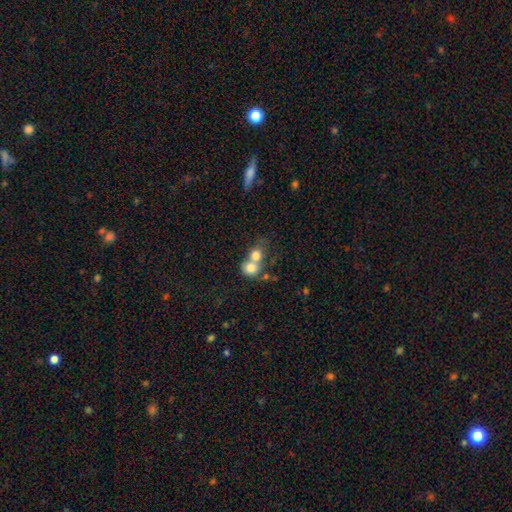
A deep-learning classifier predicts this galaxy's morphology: smooth_or_featured: smooth (p=0.76) [alt: featured or disk p=0.14]
how_rounded: round (p=0.74) [alt: in between p=0.25]
merging: merger (p=0.66) [alt: none p=0.25]